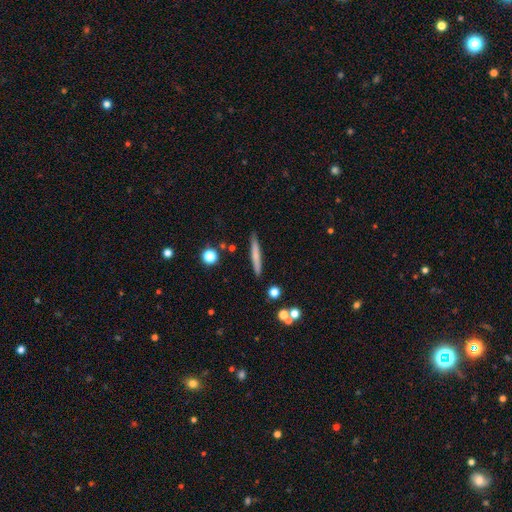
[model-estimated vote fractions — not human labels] A smooth galaxy with no disk features (65%) that is cigar-shaped (95%). Merging: none (88%).